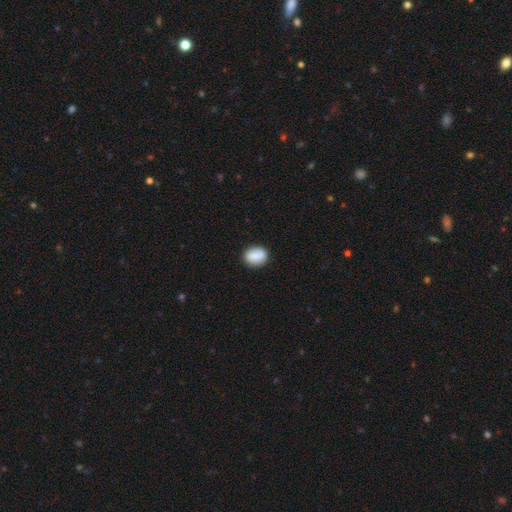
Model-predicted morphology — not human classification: type=smooth (83%); roundness=in between (63%); merging=none (81%).